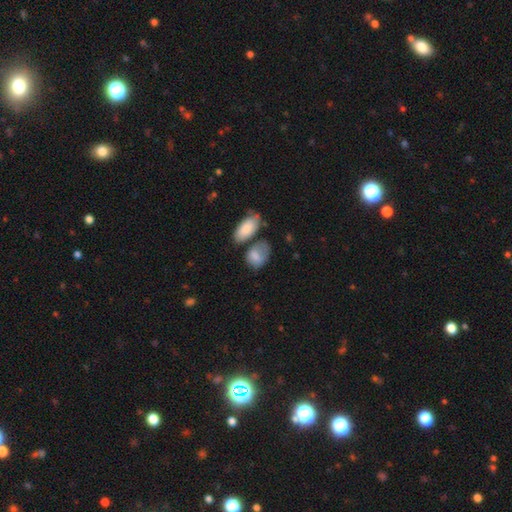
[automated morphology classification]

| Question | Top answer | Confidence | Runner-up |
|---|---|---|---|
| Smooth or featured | smooth | 79% | featured or disk (13%) |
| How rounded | in between | 80% | round (18%) |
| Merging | none | 42% | minor disturbance (25%) |